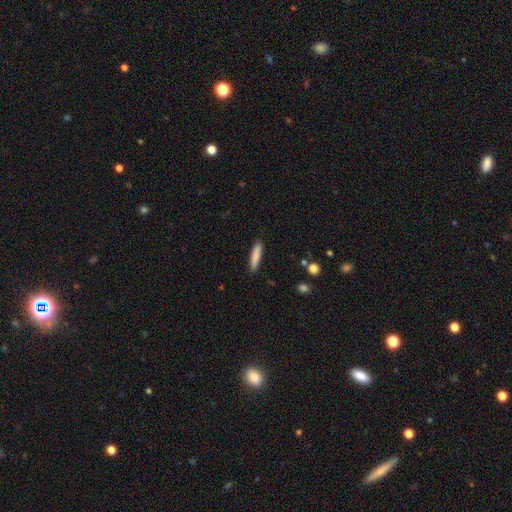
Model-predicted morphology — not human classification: Smooth or featured: smooth — 83% (featured or disk — 11%)
How rounded: cigar-shaped — 88% (in between — 11%)
Merging: none — 89% (minor disturbance — 8%)